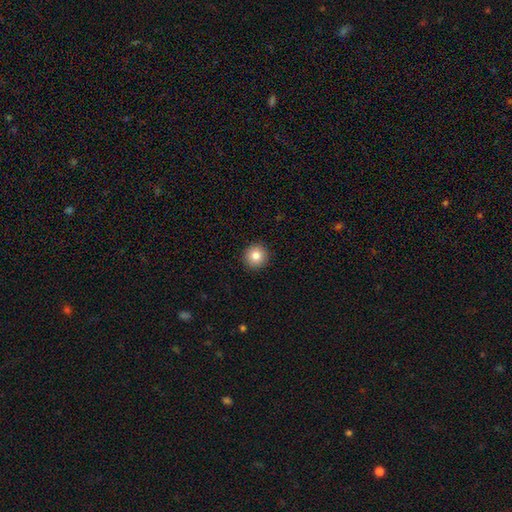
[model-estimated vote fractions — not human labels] The model was most divided on "smooth or featured": smooth: 84%, star or artifact: 10%, featured or disk: 7%. More confident: how rounded — round (95%); merging — none (93%).